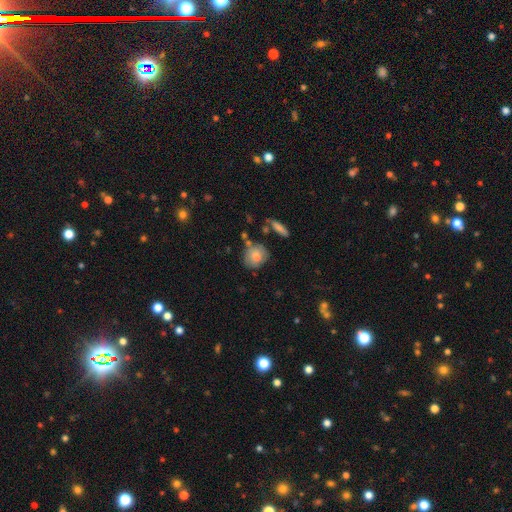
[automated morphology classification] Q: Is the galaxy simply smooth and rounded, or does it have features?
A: smooth — 77%.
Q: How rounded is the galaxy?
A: round — 73%.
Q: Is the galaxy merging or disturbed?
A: none — 66%.